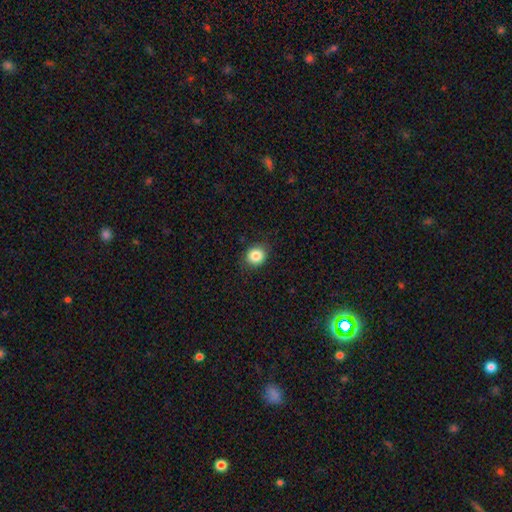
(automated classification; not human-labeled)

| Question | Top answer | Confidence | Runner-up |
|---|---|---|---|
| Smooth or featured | smooth | 85% | star or artifact (10%) |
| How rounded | round | 73% | in between (27%) |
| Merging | none | 86% | minor disturbance (10%) |